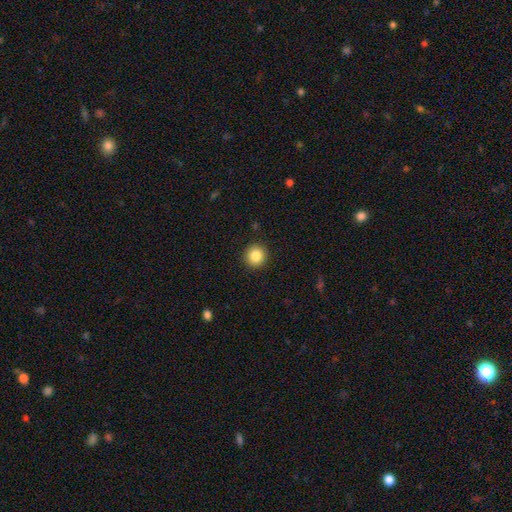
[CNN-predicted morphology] Smooth or featured? smooth (85%)
How rounded? round (94%)
Merging? none (92%)